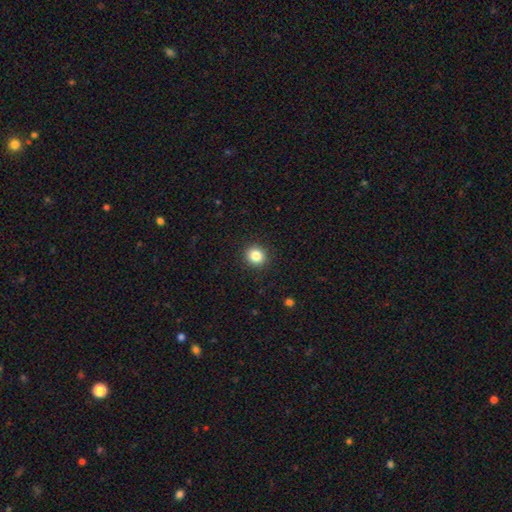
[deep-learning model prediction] Overall: smooth (84%). How rounded: round (86%). Merging: none (92%).